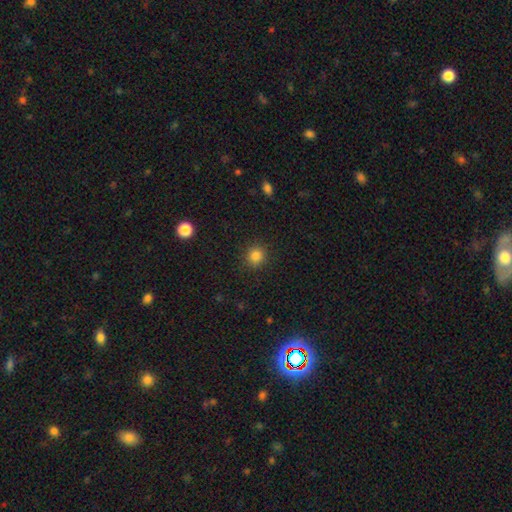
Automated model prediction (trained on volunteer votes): smooth-or-featured: smooth: 83% | star or artifact: 13% | featured or disk: 5%
  how-rounded: round: 90% | in between: 9% | cigar-shaped: 1%
  merging: none: 89% | minor disturbance: 7% | major disturbance: 2% | merger: 1%